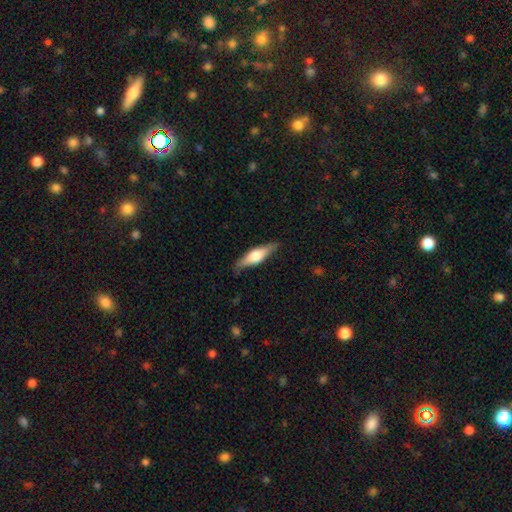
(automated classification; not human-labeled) Smooth or featured: featured or disk — 50% (smooth — 44%)
Edge-on disk: yes — 93% (no — 7%)
Merging: none — 85% (minor disturbance — 12%)